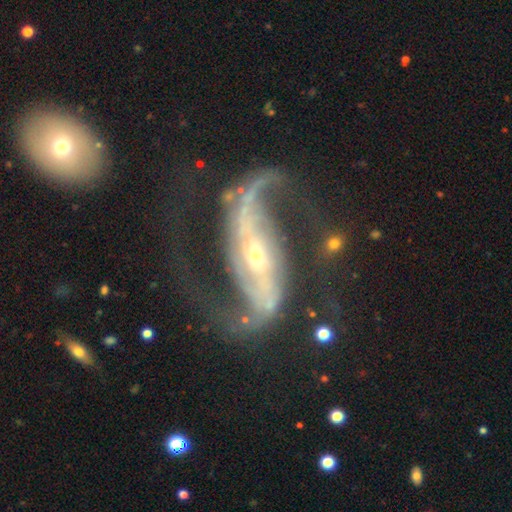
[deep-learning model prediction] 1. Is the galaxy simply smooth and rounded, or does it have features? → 91% featured or disk, 5% star or artifact, 4% smooth.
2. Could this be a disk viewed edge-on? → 96% no, 4% yes.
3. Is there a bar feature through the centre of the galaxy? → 56% strong, 26% weak, 18% no.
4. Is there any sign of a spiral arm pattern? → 97% yes, 3% no.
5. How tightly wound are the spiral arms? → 59% loose, 32% medium, 8% tight.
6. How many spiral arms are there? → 92% 2, 2% 1, 2% can't tell, 1% 3, 1% 4, 1% more than 4.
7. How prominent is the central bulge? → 64% small, 32% moderate, 2% large, 1% none, 1% dominant.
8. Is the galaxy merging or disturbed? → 60% none, 20% major disturbance, 15% minor disturbance, 5% merger.